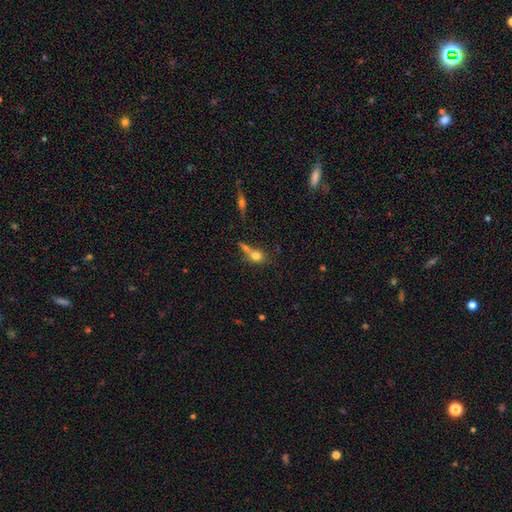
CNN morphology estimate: smooth_or_featured: smooth (p=0.73) [alt: featured or disk p=0.16]
how_rounded: round (p=0.53) [alt: in between p=0.42]
merging: none (p=0.42) [alt: merger p=0.36]